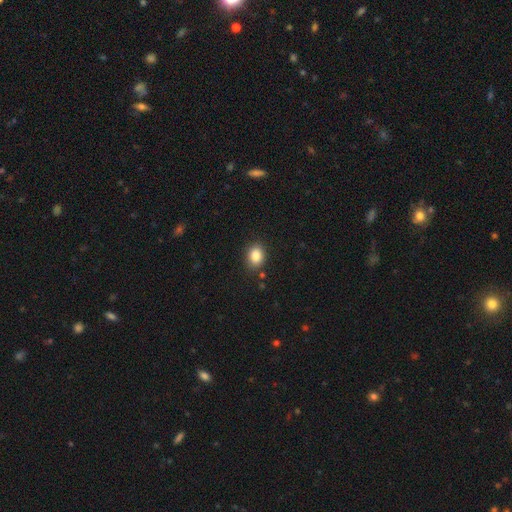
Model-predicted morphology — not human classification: Smooth or featured: smooth — 85% (star or artifact — 10%)
How rounded: in between — 56% (round — 43%)
Merging: none — 86% (minor disturbance — 9%)